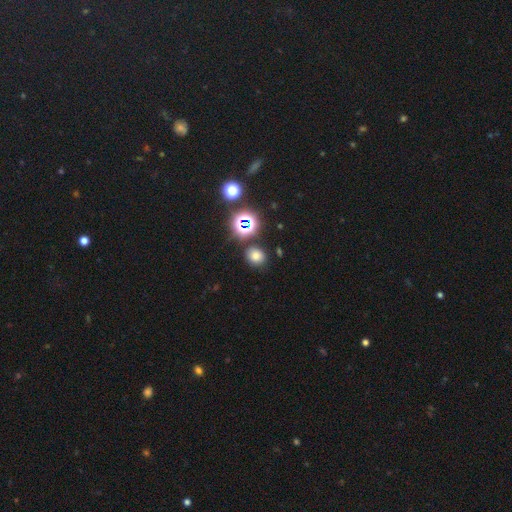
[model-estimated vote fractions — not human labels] Smooth or featured?
  - smooth: 68% *
  - star or artifact: 25%
  - featured or disk: 7%
How rounded?
  - round: 73% *
  - in between: 26%
  - cigar-shaped: 1%
Merging?
  - none: 83% *
  - minor disturbance: 10%
  - merger: 4%
  - major disturbance: 3%